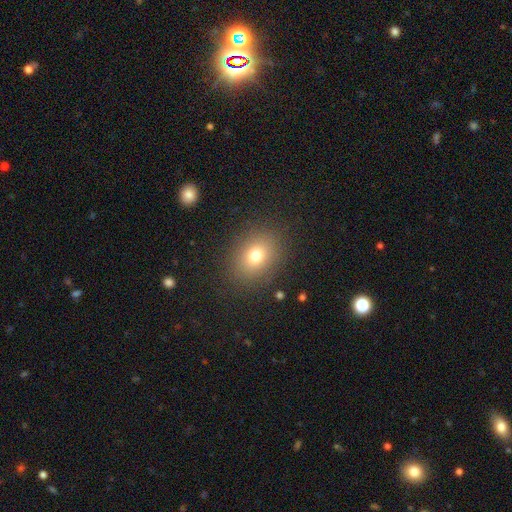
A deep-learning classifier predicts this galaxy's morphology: This appears to be a smooth galaxy with no disk features (75%) that is in between round and cigar-shaped (51%). Merging: none (86%).